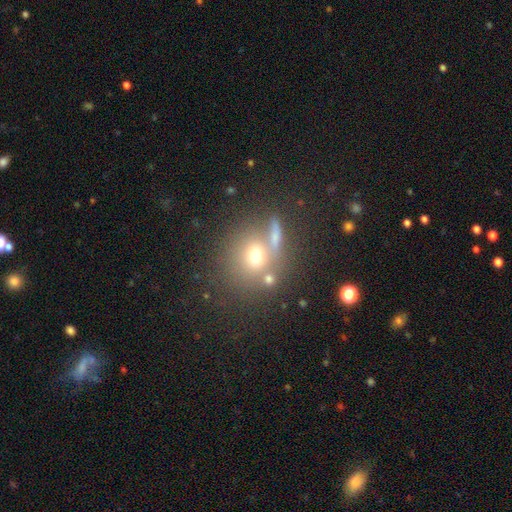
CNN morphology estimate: Smooth or featured: smooth — 65% (featured or disk — 18%)
How rounded: round — 81% (in between — 17%)
Merging: none — 61% (merger — 21%)